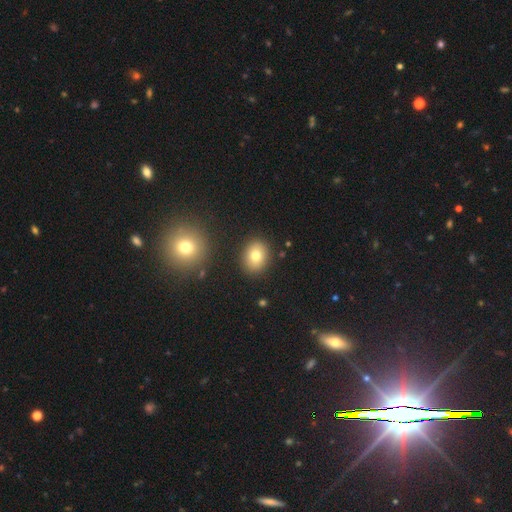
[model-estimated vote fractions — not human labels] A smooth galaxy with no disk features (78%) that is in between round and cigar-shaped (50%). Merging: none (87%).